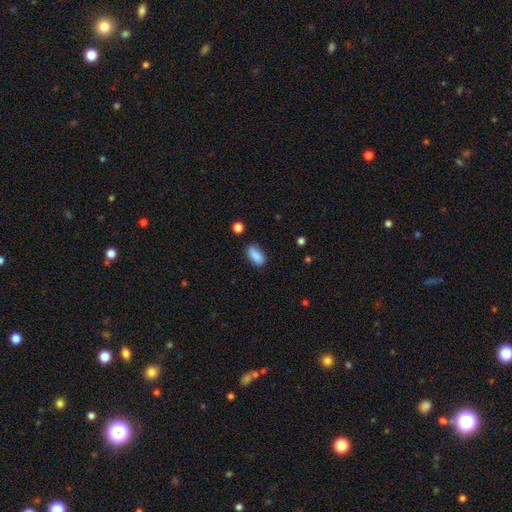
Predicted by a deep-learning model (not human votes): Smooth or featured? smooth (88%)
How rounded? in between (82%)
Merging? none (79%)